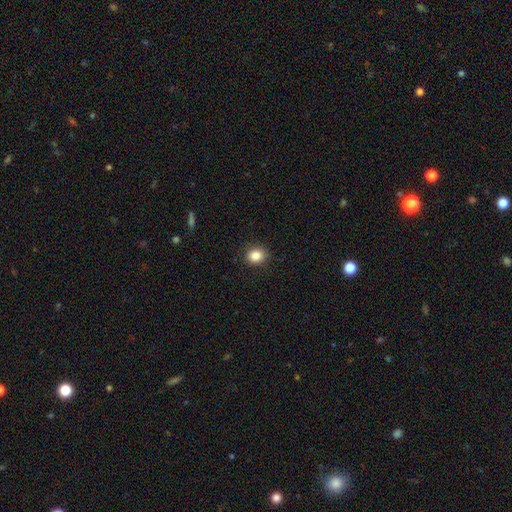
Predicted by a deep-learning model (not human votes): This appears to be a smooth galaxy with no disk features (85%) that is round (70%). Merging: none (89%).